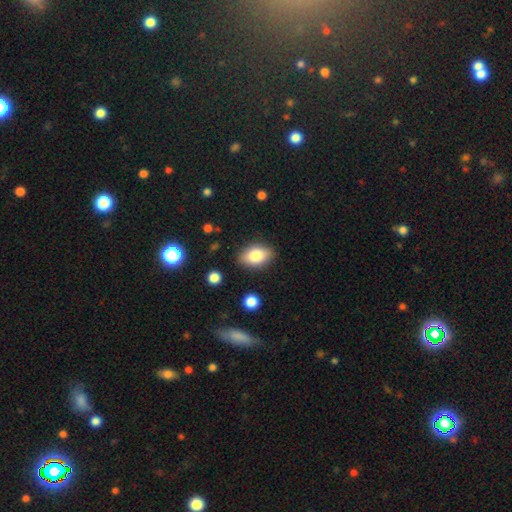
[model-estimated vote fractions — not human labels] smooth 80%, featured or disk 12%, star or artifact 8%. Down the decision tree: how rounded — in between (87%); merging — none (84%).